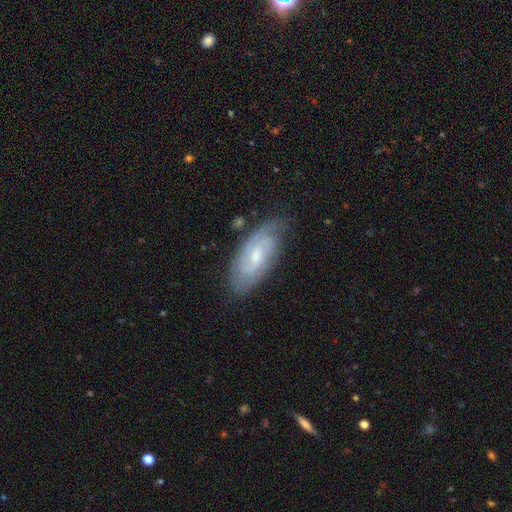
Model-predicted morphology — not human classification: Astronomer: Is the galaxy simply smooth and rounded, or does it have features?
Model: featured or disk — 74%.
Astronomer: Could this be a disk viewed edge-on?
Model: no — 91%.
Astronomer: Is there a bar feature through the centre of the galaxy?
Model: no — 49% (runner-up: weak, 44%).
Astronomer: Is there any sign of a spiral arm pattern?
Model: yes — 92%.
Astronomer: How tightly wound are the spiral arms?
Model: tight — 53% (runner-up: medium, 37%).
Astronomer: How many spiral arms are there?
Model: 2 — 48% (runner-up: can't tell, 31%).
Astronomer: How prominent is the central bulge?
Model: small — 55% (runner-up: moderate, 39%).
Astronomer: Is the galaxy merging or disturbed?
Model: none — 73%.